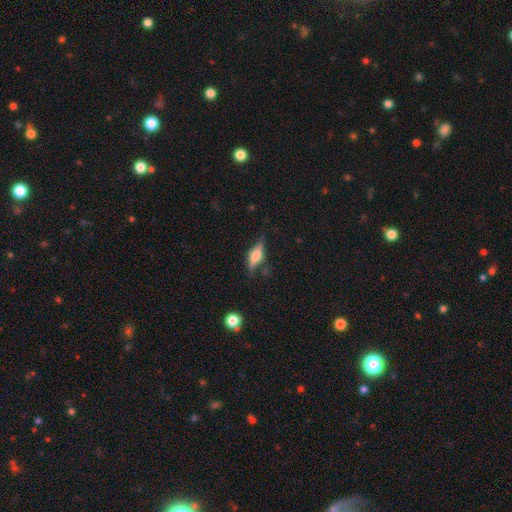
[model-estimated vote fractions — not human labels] featured or disk 63%, smooth 29%, star or artifact 8%. Down the decision tree: edge-on disk — yes (93%); edge-on bulge — rounded (88%); merging — none (74%).